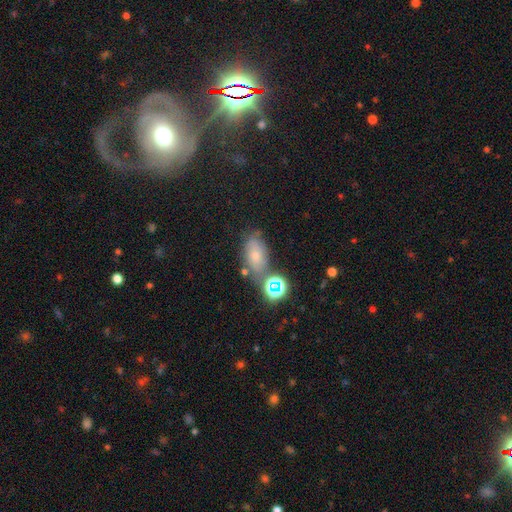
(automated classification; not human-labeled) Overall: smooth (58%; star or artifact 22%). How rounded: in between (82%). Merging: none (58%; minor disturbance 20%).